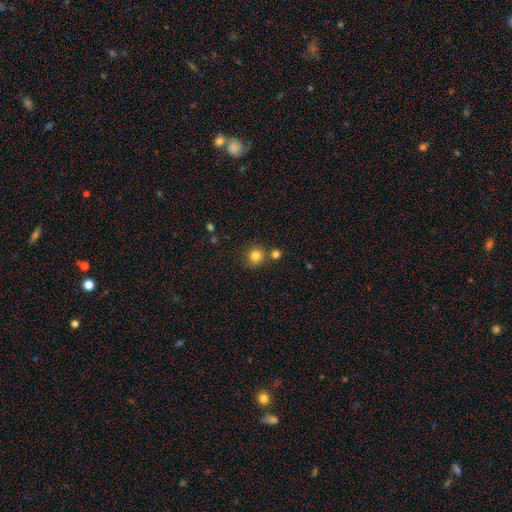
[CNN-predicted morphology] type=smooth (83%); roundness=round (90%); merging=none (73%).